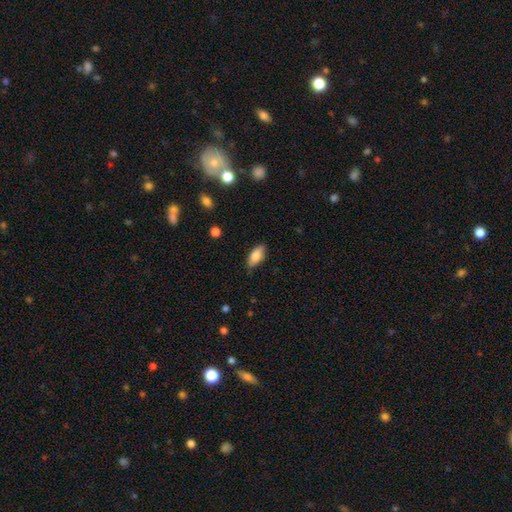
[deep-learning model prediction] Smooth or featured? smooth (82%)
How rounded? in between (85%)
Merging? none (82%)